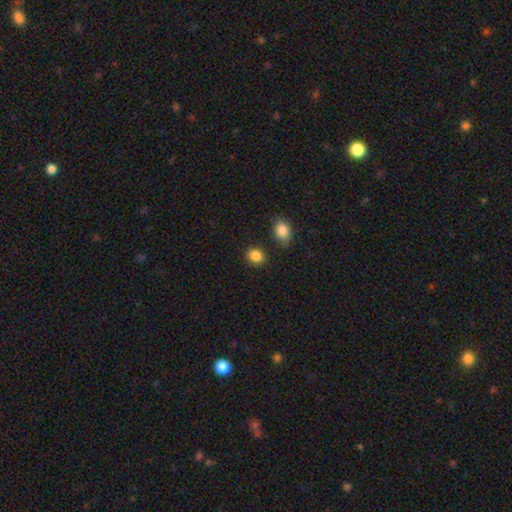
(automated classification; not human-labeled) A smooth galaxy with no disk features (87%) that is round (65%).

Vote fractions:
- Smooth or featured? smooth: 87% / star or artifact: 9% / featured or disk: 4%
- How rounded? round: 65% / in between: 34% / cigar-shaped: 1%
- Merging? none: 84% / minor disturbance: 9% / merger: 4% / major disturbance: 3%